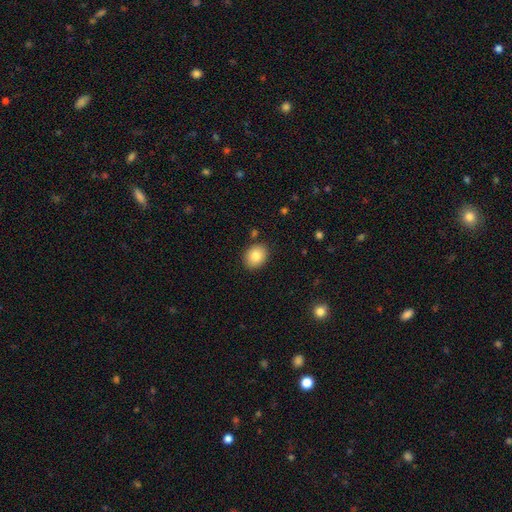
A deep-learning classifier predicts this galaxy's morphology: smooth-or-featured: smooth: 85% | star or artifact: 8% | featured or disk: 7%
  how-rounded: in between: 52% | round: 47% | cigar-shaped: 1%
  merging: none: 86% | minor disturbance: 9% | major disturbance: 2% | merger: 2%